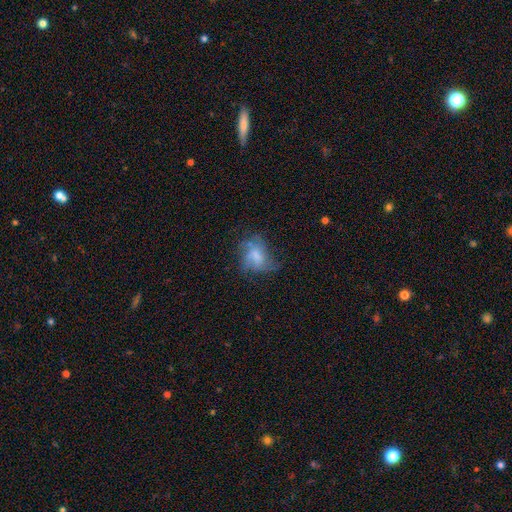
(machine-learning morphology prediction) A featured or disk galaxy (46%).

Vote fractions:
- Smooth or featured? featured or disk: 46% / smooth: 42% / star or artifact: 11%
- Merging? none: 39% / major disturbance: 32% / minor disturbance: 25% / merger: 3%